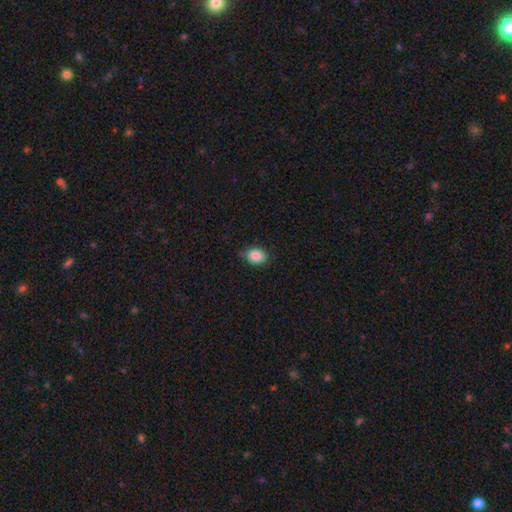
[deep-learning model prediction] The model was most divided on "how rounded": in between: 62%, round: 37%, cigar-shaped: 1%. More confident: smooth or featured — smooth (86%); merging — none (74%).